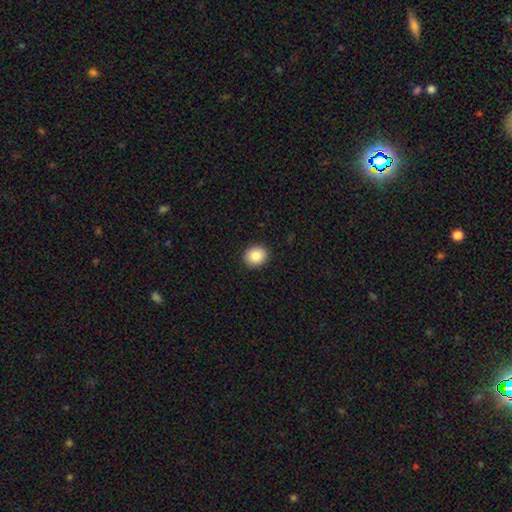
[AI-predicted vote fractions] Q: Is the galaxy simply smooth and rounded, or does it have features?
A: smooth — 87%.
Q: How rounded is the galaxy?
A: round — 77%.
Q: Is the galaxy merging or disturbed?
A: none — 92%.